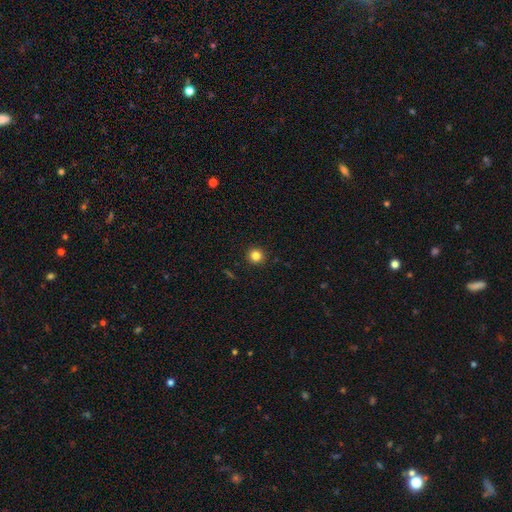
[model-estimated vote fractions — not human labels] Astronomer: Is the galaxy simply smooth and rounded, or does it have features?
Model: smooth — 83%.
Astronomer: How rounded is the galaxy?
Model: round — 94%.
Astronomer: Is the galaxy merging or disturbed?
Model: none — 92%.